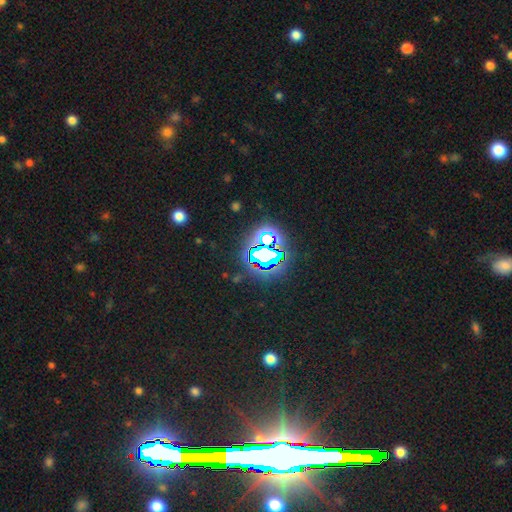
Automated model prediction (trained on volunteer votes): The model was most divided on "smooth or featured": star or artifact: 81%, smooth: 10%, featured or disk: 9%.